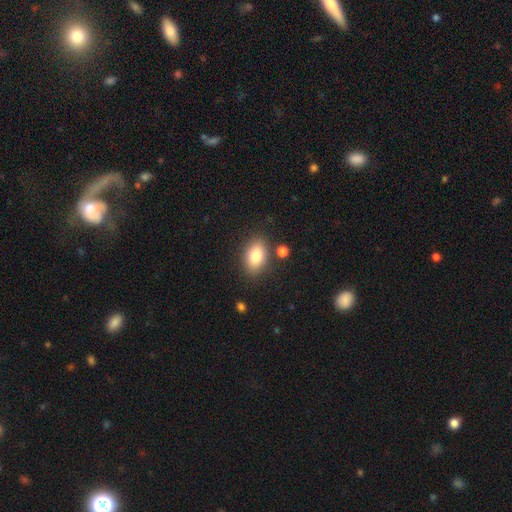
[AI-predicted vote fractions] This appears to be a smooth galaxy with no disk features (81%) that is in between round and cigar-shaped (85%). Merging: none (82%).